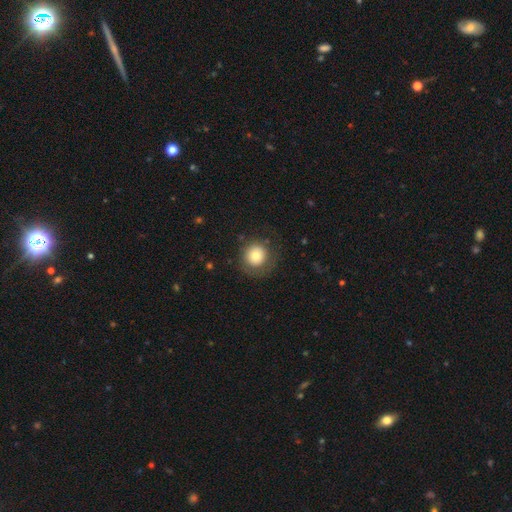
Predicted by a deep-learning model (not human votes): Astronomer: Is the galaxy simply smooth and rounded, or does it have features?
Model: smooth — 76%.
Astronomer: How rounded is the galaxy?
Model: round — 91%.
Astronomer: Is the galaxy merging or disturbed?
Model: none — 72%.